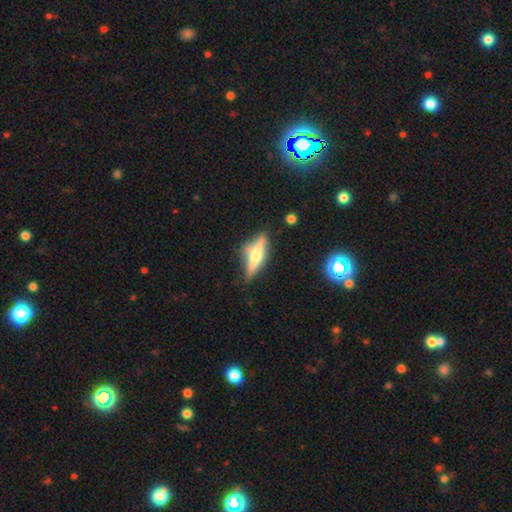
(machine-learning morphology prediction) type=featured or disk (63%); edge-on=yes (92%); edge-on bulge=rounded (87%); merging=none (76%).